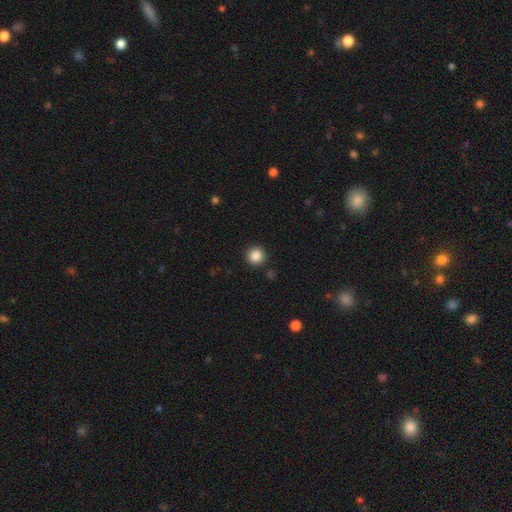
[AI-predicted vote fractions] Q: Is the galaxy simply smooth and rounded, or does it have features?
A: smooth — 86%.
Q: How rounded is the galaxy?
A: round — 94%.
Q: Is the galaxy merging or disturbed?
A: none — 91%.